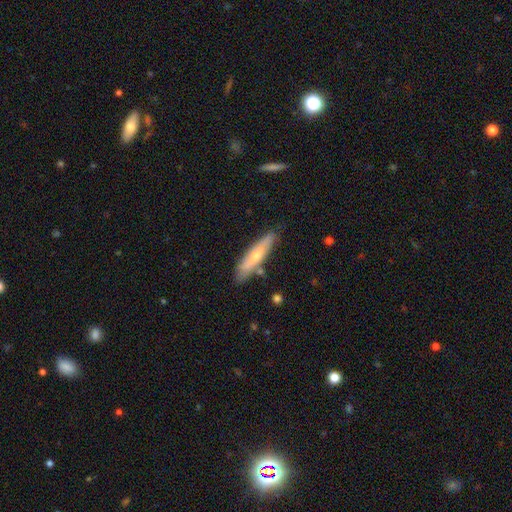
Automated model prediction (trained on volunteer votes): smooth-or-featured: smooth: 54% | featured or disk: 40% | star or artifact: 6%
  how-rounded: cigar-shaped: 76% | in between: 22% | round: 2%
  merging: none: 76% | minor disturbance: 16% | merger: 5% | major disturbance: 3%